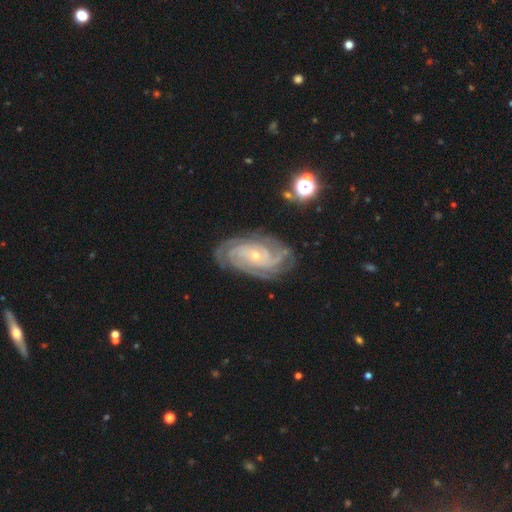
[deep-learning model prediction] This is clearly a featured or disk galaxy (89%). It is clearly not viewed edge-on (96%). Bar: likely no (69%). Spiral arm pattern: clearly yes (98%). Spiral arm count: marginally 4 (27%). Spiral winding: likely tight (75%). Central bulge: likely small (75%). Merging: likely none (79%).